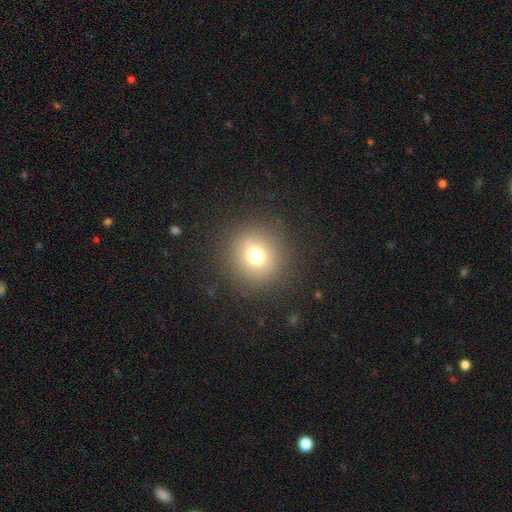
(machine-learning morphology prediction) smooth_or_featured: smooth (p=0.72) [alt: star or artifact p=0.16]
how_rounded: round (p=0.93) [alt: in between p=0.06]
merging: none (p=0.87) [alt: minor disturbance p=0.07]